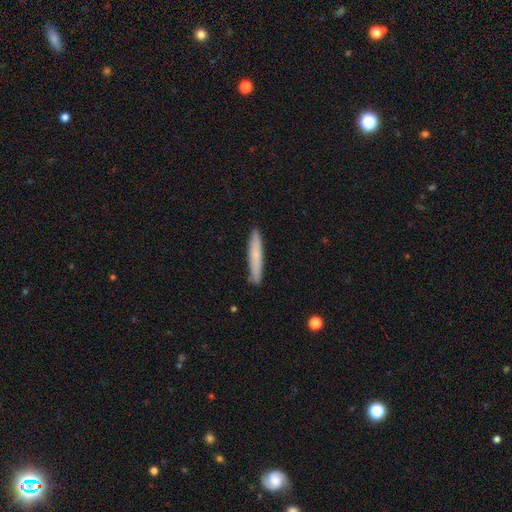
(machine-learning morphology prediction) smooth-or-featured: smooth: 71% | featured or disk: 23% | star or artifact: 6%
  how-rounded: cigar-shaped: 94% | in between: 4% | round: 1%
  merging: none: 90% | minor disturbance: 7% | major disturbance: 1% | merger: 1%